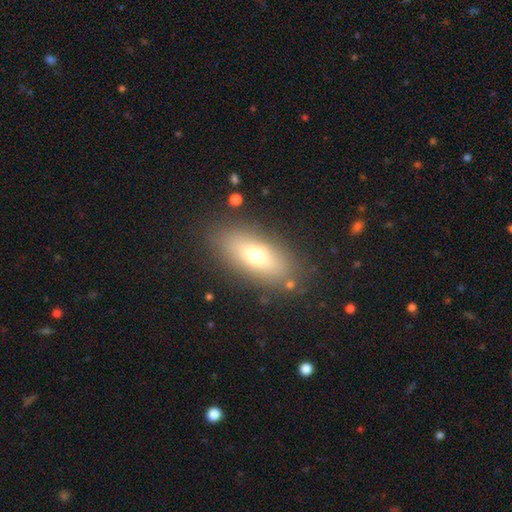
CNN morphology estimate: smooth-or-featured: smooth: 67% | featured or disk: 23% | star or artifact: 10%
  how-rounded: in between: 77% | cigar-shaped: 18% | round: 5%
  merging: none: 84% | minor disturbance: 10% | major disturbance: 4% | merger: 2%